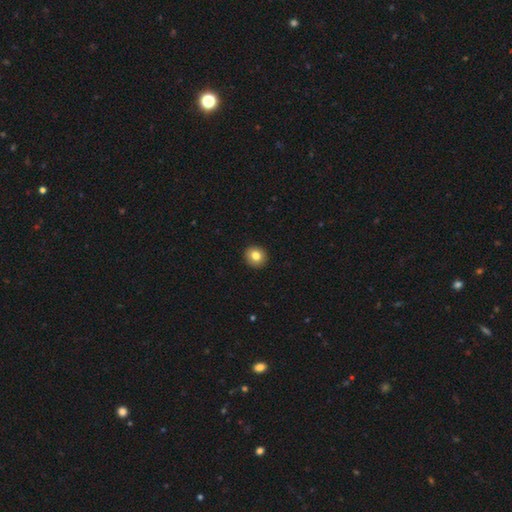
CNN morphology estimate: A smooth galaxy with no disk features (82%) that is round (89%). Merging: none (93%).